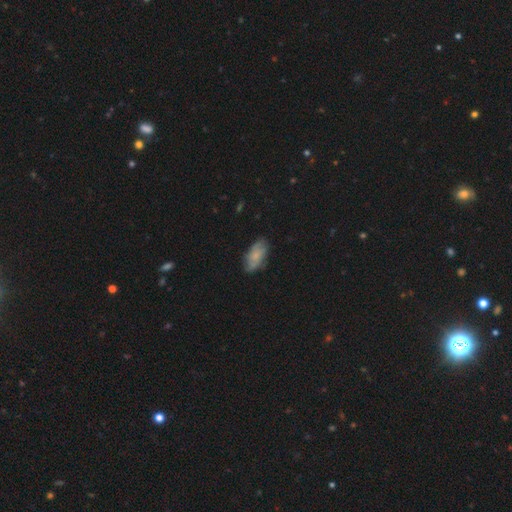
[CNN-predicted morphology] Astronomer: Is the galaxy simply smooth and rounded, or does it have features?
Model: smooth — 62%.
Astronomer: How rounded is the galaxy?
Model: in between — 90%.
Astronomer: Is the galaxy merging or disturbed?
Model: none — 72%.